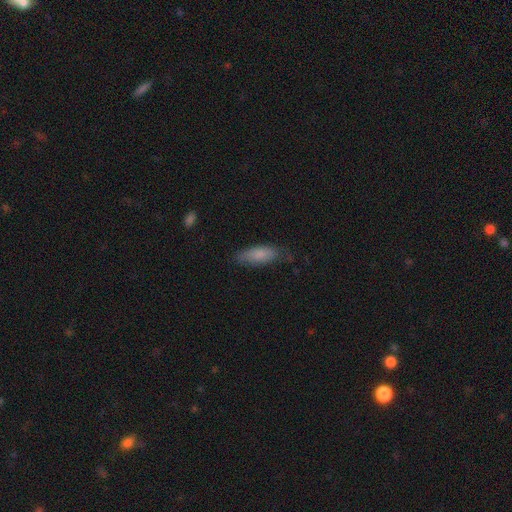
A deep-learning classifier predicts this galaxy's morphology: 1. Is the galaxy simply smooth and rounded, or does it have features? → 76% smooth, 16% featured or disk, 8% star or artifact.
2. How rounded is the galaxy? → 56% in between, 42% cigar-shaped, 2% round.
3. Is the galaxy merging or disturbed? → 73% none, 21% minor disturbance, 5% major disturbance, 2% merger.